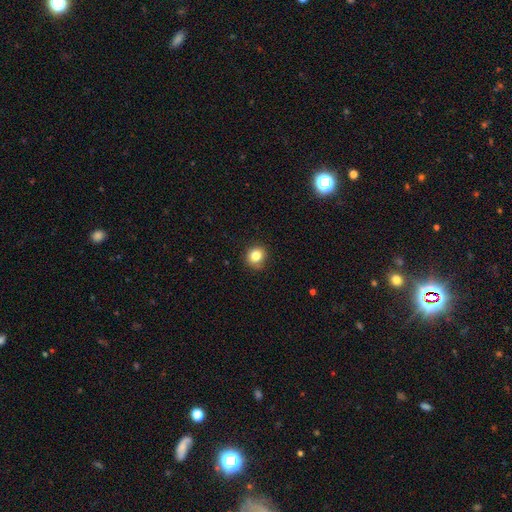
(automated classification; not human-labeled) Q: Smooth or featured?
A: smooth (84%); runner-up: star or artifact (11%)
Q: How rounded?
A: round (80%); runner-up: in between (19%)
Q: Merging?
A: none (85%); runner-up: minor disturbance (12%)